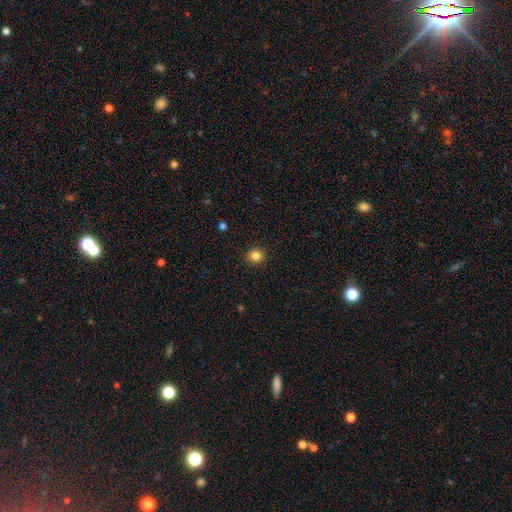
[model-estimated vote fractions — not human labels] Smooth or featured: smooth — 85% (star or artifact — 11%)
How rounded: round — 83% (in between — 16%)
Merging: none — 91% (minor disturbance — 6%)